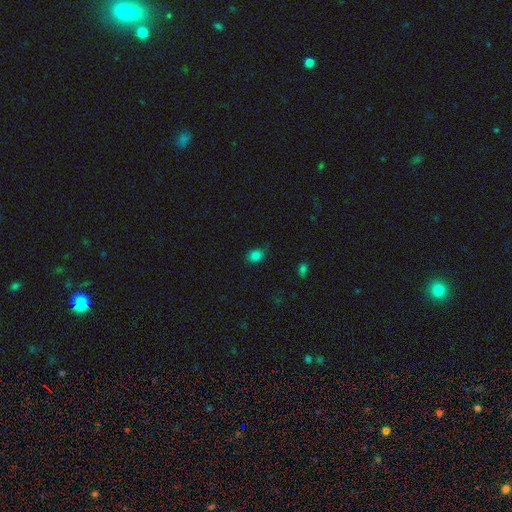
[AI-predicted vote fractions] Morphology: type=smooth (81%); roundness=in between (51%); merging=none (74%).